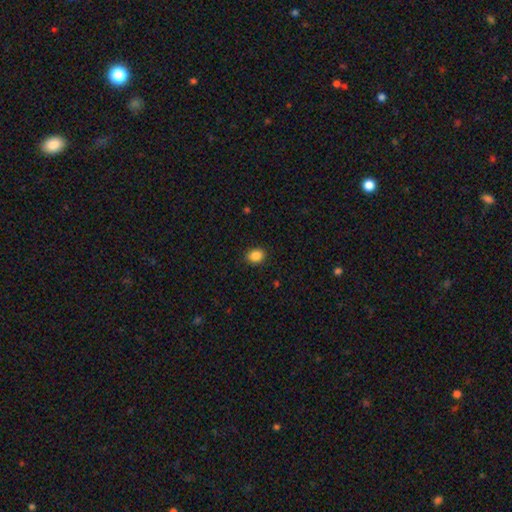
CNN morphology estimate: Smooth or featured?
  - smooth: 87% *
  - star or artifact: 10%
  - featured or disk: 3%
How rounded?
  - round: 52% *
  - in between: 47%
  - cigar-shaped: 1%
Merging?
  - none: 90% *
  - minor disturbance: 7%
  - major disturbance: 2%
  - merger: 1%